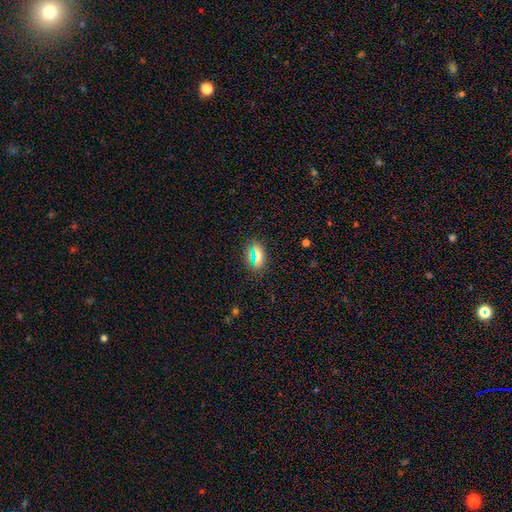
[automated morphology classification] Smooth or featured: smooth — 67% (star or artifact — 22%)
How rounded: in between — 70% (round — 23%)
Merging: none — 83% (minor disturbance — 11%)